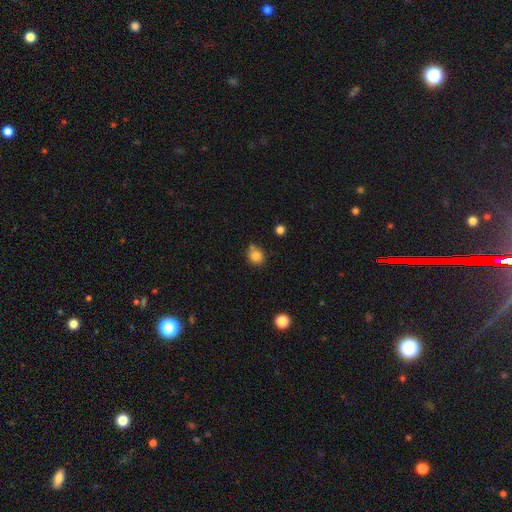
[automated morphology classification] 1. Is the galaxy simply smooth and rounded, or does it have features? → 84% smooth, 11% star or artifact, 5% featured or disk.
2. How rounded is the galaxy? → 74% round, 25% in between, 1% cigar-shaped.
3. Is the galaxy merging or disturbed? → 65% none, 21% minor disturbance, 9% merger, 4% major disturbance.